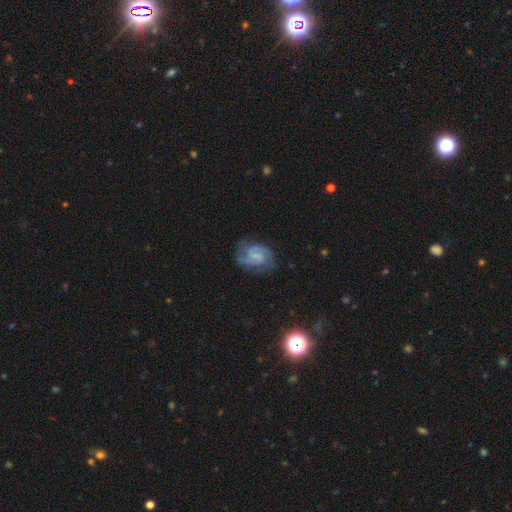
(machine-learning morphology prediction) The model was most divided on "bulge size": small: 39%, none: 38%, moderate: 19%, large: 3%, dominant: 1%. Remaining: edge-on disk — no (98%); spiral arms — yes (96%); smooth or featured — featured or disk (81%); spiral arm count — 2 (73%); merging — none (70%); bar — weak (52%); spiral winding — medium (49%).